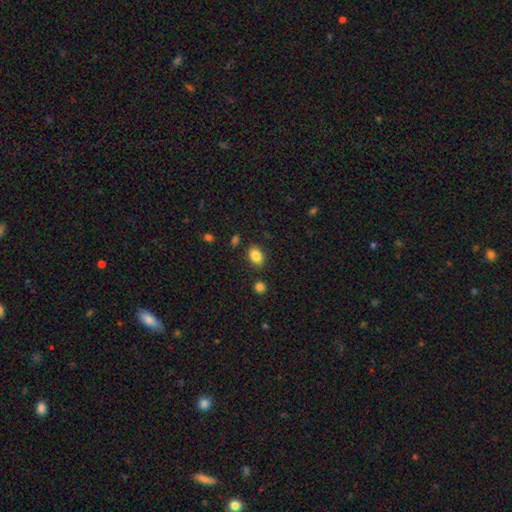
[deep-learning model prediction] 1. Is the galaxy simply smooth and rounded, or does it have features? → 86% smooth, 9% star or artifact, 5% featured or disk.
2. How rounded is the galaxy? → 82% in between, 17% round, 1% cigar-shaped.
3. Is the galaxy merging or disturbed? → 85% none, 10% minor disturbance, 3% merger, 3% major disturbance.